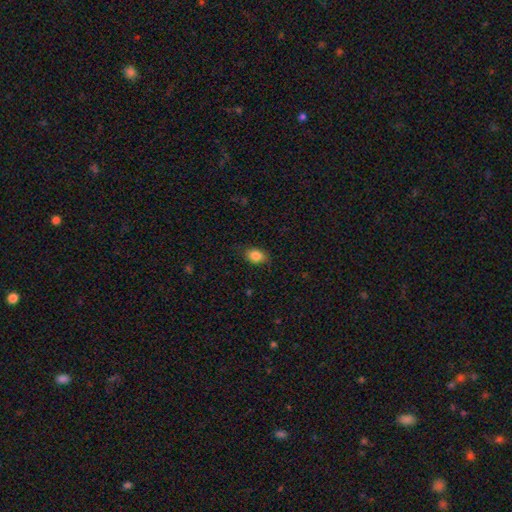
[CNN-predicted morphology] Smooth or featured?
  - smooth: 85% *
  - star or artifact: 9%
  - featured or disk: 7%
How rounded?
  - in between: 76% *
  - round: 22%
  - cigar-shaped: 2%
Merging?
  - none: 80% *
  - minor disturbance: 16%
  - major disturbance: 3%
  - merger: 1%